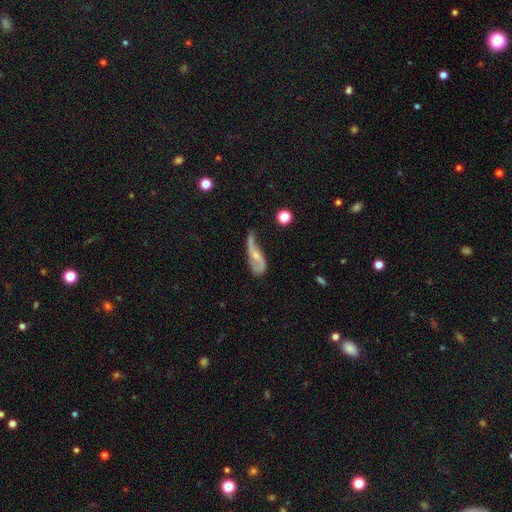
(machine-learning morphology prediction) This is likely a featured or disk galaxy (66%). It is clearly not viewed edge-on (87%). Bar: possibly no (56%). Spiral arm pattern: likely yes (78%). Central bulge: possibly small (57%). Merging: marginally major disturbance (35%).